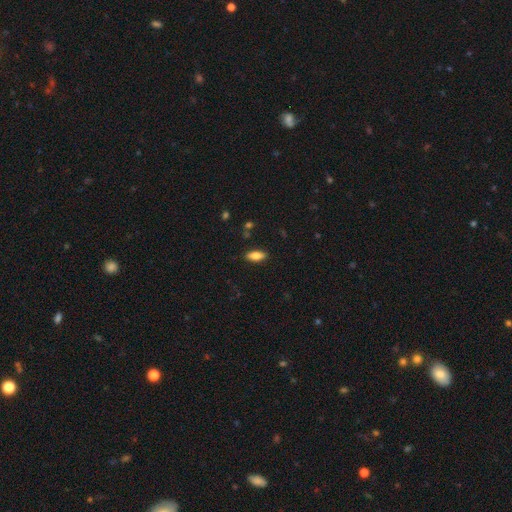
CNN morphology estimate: Smooth or featured?
  - smooth: 76% *
  - featured or disk: 16%
  - star or artifact: 7%
How rounded?
  - in between: 76% *
  - cigar-shaped: 21%
  - round: 2%
Merging?
  - none: 87% *
  - minor disturbance: 10%
  - major disturbance: 2%
  - merger: 2%